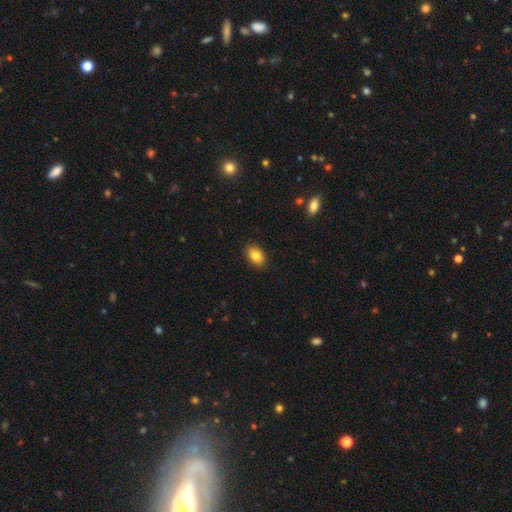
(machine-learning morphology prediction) A smooth galaxy with no disk features (84%) that is in between round and cigar-shaped (87%).

Vote fractions:
- Smooth or featured? smooth: 84% / star or artifact: 8% / featured or disk: 8%
- How rounded? in between: 87% / round: 12% / cigar-shaped: 1%
- Merging? none: 89% / minor disturbance: 9% / major disturbance: 2% / merger: 1%